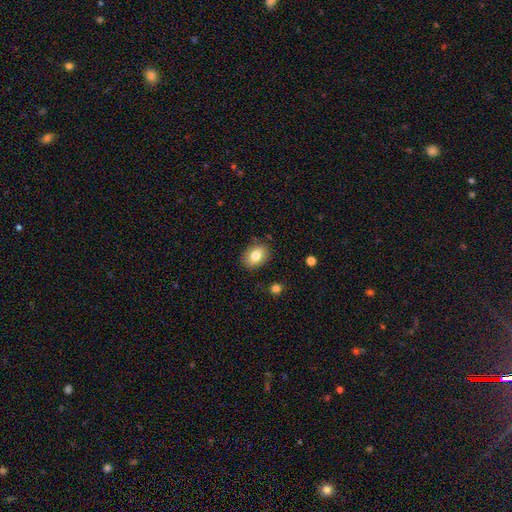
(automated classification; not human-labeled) Morphology: type=smooth (80%); roundness=in between (73%); merging=none (85%).